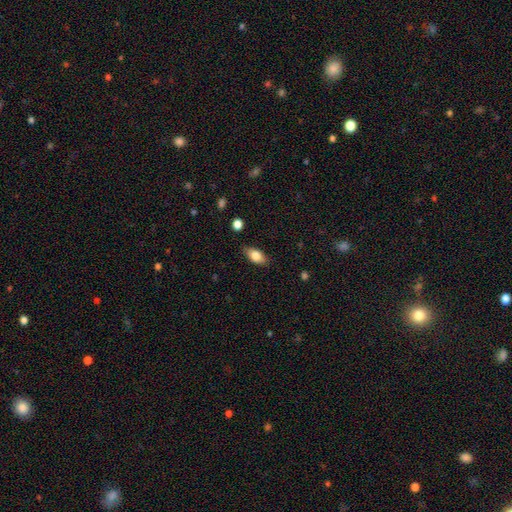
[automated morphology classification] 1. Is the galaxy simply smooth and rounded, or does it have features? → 80% smooth, 13% featured or disk, 7% star or artifact.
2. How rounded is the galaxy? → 89% in between, 7% cigar-shaped, 5% round.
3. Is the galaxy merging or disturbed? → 83% none, 13% minor disturbance, 3% major disturbance, 1% merger.